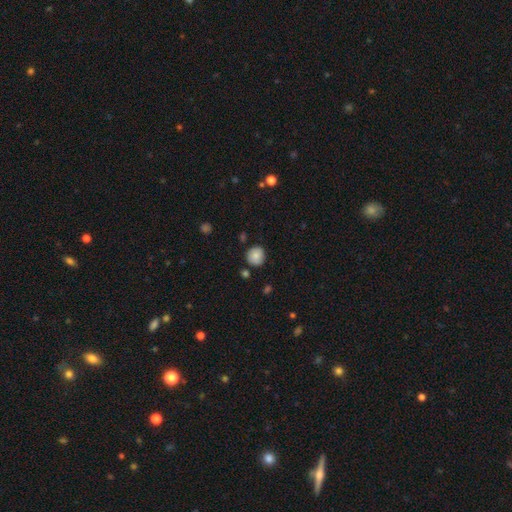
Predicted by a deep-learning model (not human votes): Smooth or featured: smooth — 83% (star or artifact — 9%)
How rounded: round — 89% (in between — 10%)
Merging: none — 82% (minor disturbance — 12%)